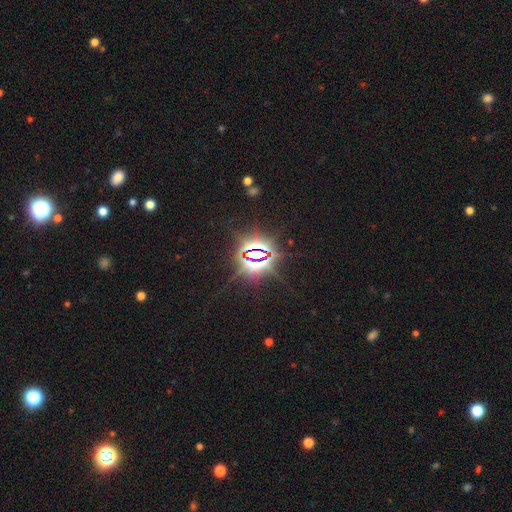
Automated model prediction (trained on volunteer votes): The model was most divided on "smooth or featured": star or artifact: 85%, featured or disk: 8%, smooth: 7%.